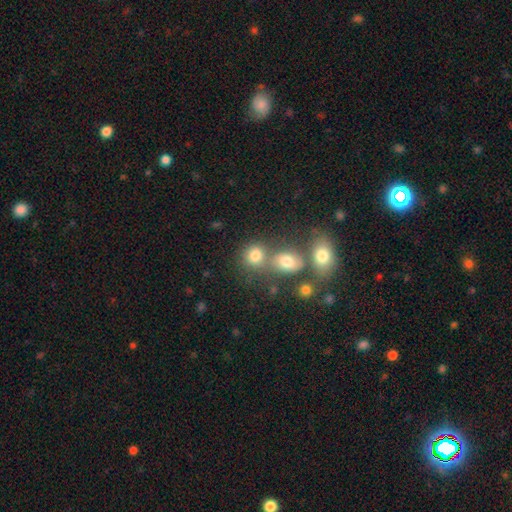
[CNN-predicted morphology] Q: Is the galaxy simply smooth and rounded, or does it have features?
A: smooth — 77%.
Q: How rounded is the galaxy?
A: round — 73%.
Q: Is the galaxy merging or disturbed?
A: none — 54%.